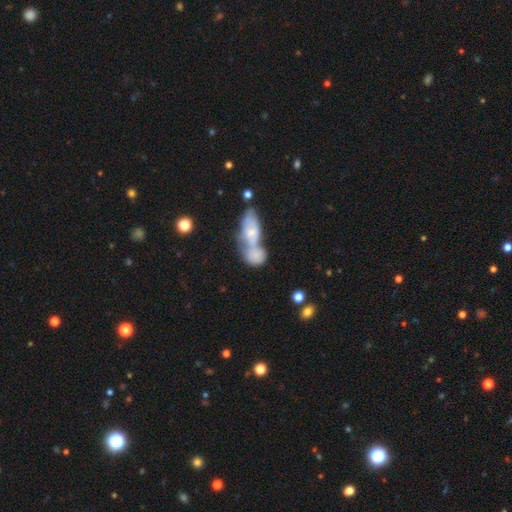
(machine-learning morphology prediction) A smooth galaxy with no disk features (67%) that is in between round and cigar-shaped (63%). Merging: merger (68%).